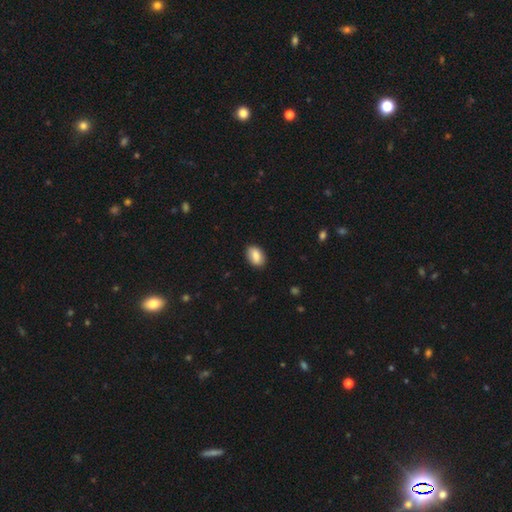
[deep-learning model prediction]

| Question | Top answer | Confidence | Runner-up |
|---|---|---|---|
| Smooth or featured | smooth | 86% | star or artifact (7%) |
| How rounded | in between | 89% | round (9%) |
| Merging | none | 88% | minor disturbance (9%) |